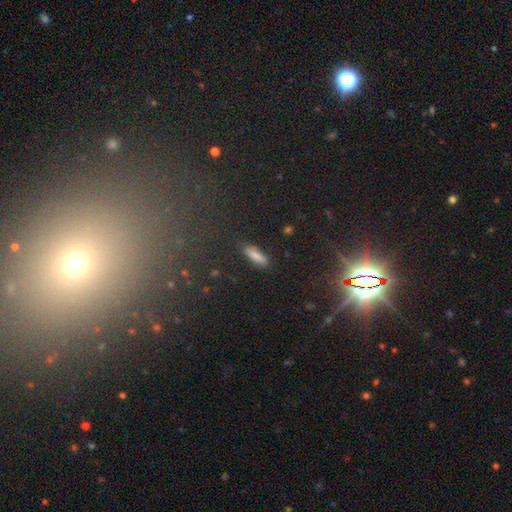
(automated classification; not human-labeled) smooth 80%, star or artifact 10%, featured or disk 10%. Down the decision tree: how rounded — cigar-shaped (51%); merging — none (85%).